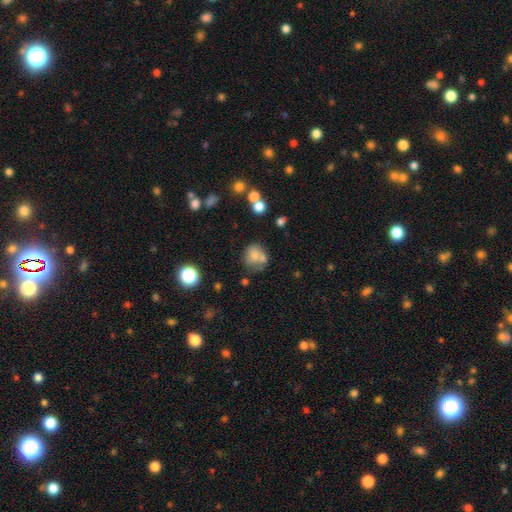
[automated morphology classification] A smooth galaxy with no disk features (70%) that is round (75%).

Vote fractions:
- Smooth or featured? smooth: 70% / featured or disk: 17% / star or artifact: 12%
- How rounded? round: 75% / in between: 24% / cigar-shaped: 1%
- Merging? none: 46% / merger: 27% / minor disturbance: 18% / major disturbance: 9%